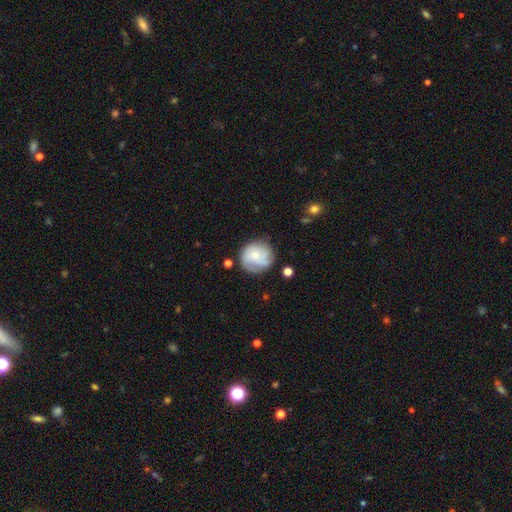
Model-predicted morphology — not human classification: A smooth galaxy with no disk features (46%, tied with featured or disk). Merging: none (66%).